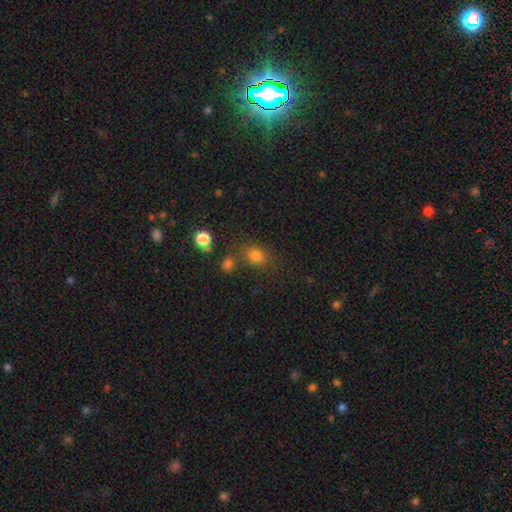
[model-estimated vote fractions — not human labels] smooth 77%, star or artifact 16%, featured or disk 6%. Down the decision tree: how rounded — round (61%); merging — none (67%).